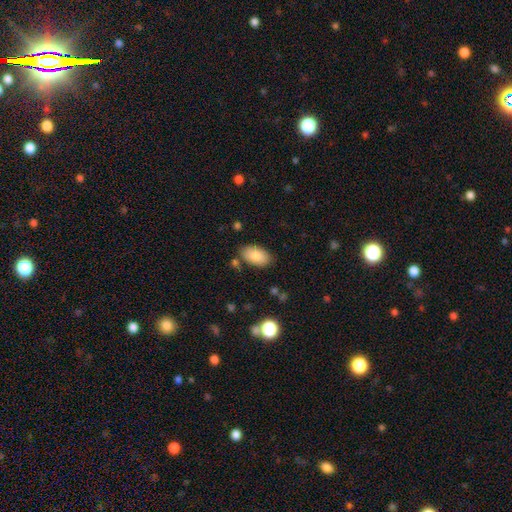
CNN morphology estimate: The model was most divided on "merging": none: 80%, minor disturbance: 13%, merger: 4%, major disturbance: 3%. More confident: how rounded — in between (93%); smooth or featured — smooth (82%).